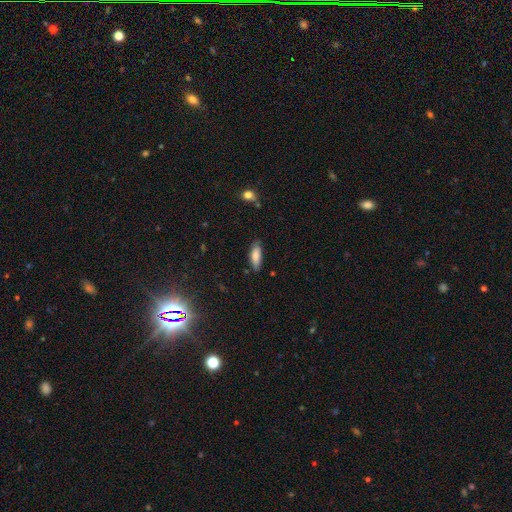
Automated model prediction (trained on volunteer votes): The model was most divided on "how rounded": in between: 59%, cigar-shaped: 39%, round: 2%. More confident: smooth or featured — smooth (82%); merging — none (80%).